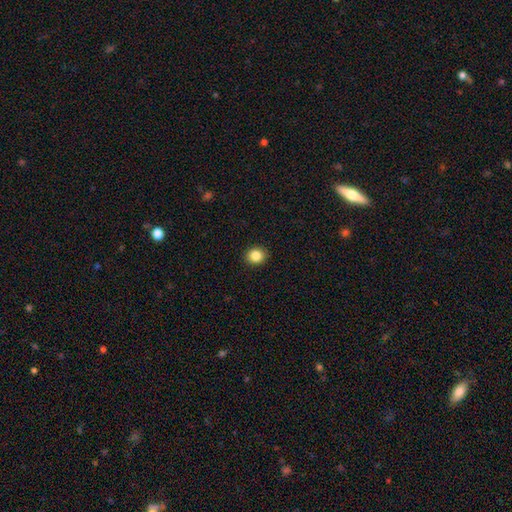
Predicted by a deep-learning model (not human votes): Overall: smooth (85%). How rounded: round (80%). Merging: none (92%).